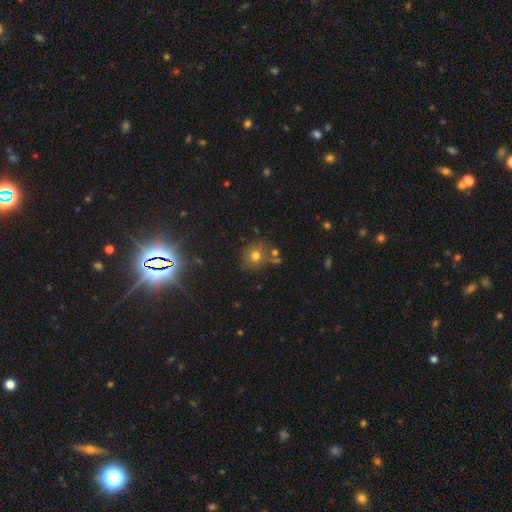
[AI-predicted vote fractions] Morphology: type=smooth (68%); roundness=round (77%); merging=none (66%).